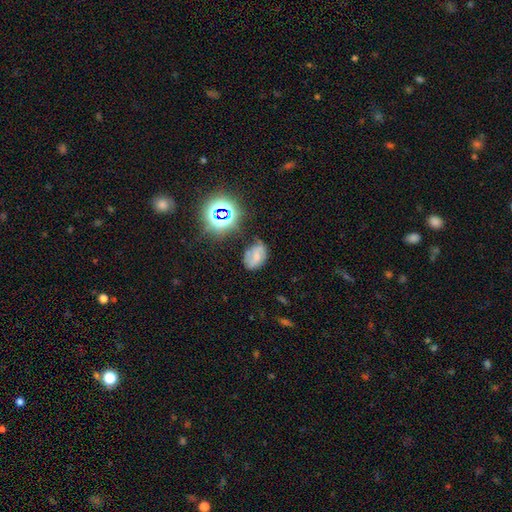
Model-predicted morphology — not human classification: type=smooth (46%); merging=none (57%).